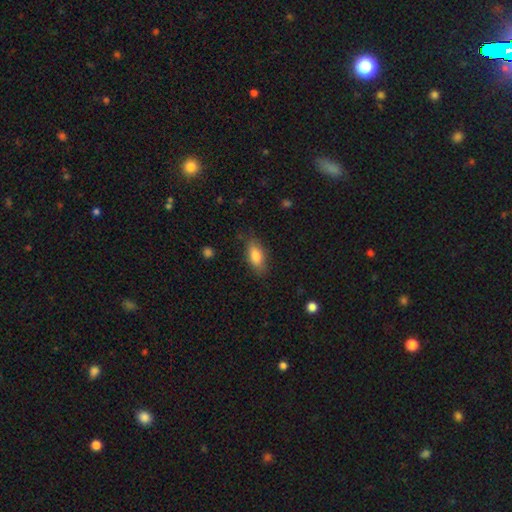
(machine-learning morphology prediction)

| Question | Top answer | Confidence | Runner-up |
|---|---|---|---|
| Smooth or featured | smooth | 82% | featured or disk (11%) |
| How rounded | in between | 84% | cigar-shaped (13%) |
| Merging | none | 82% | minor disturbance (14%) |